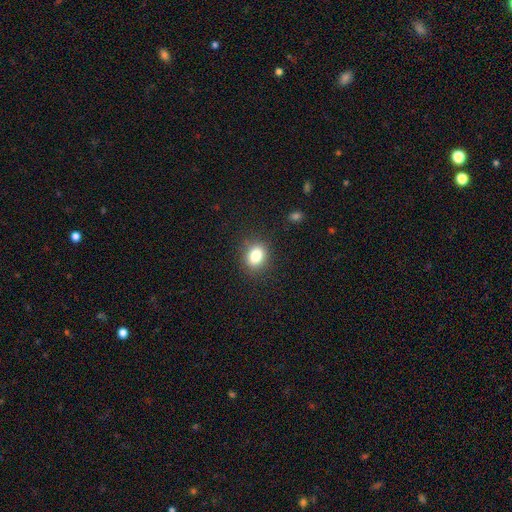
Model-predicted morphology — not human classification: This appears to be a smooth galaxy with no disk features (83%) that is in between round and cigar-shaped (54%). Merging: none (86%).